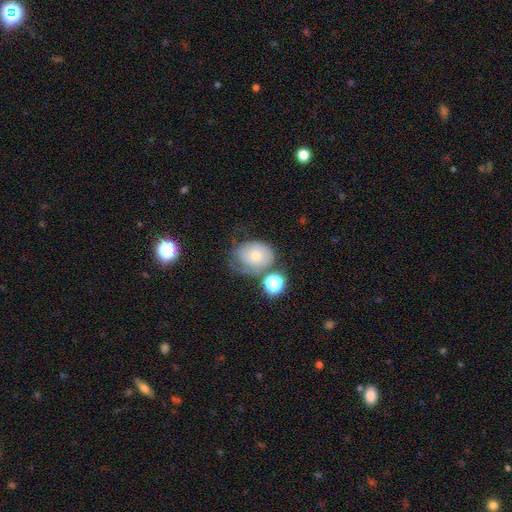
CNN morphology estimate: This appears to be a smooth galaxy with no disk features (49%). Merging: none (42%).